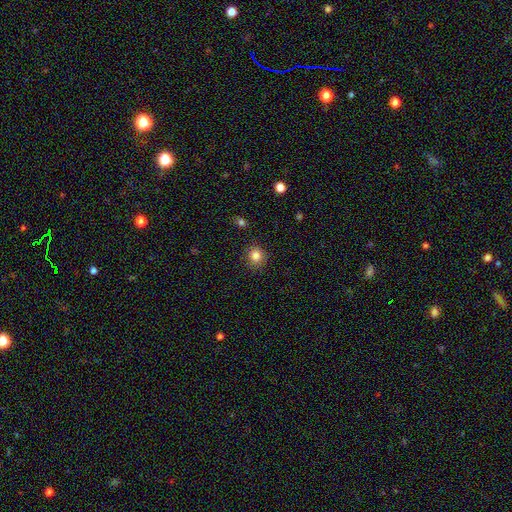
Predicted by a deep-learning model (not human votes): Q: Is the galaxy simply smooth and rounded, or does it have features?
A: smooth — 83%.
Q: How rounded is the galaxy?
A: round — 83%.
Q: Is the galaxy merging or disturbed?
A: none — 88%.